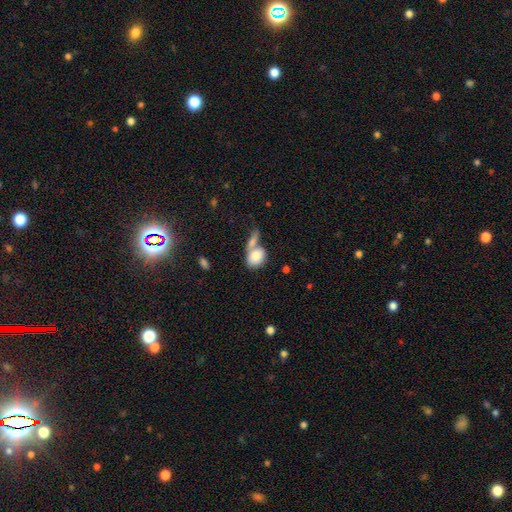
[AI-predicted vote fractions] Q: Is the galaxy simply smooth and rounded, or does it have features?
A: smooth — 79%.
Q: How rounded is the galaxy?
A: in between — 62%.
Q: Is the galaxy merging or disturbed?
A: merger — 54%.